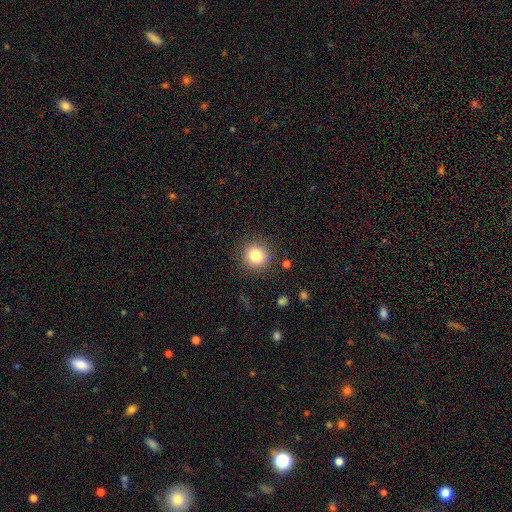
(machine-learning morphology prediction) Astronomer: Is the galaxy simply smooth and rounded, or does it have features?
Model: smooth — 81%.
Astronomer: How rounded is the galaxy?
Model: round — 94%.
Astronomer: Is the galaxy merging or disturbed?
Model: none — 88%.